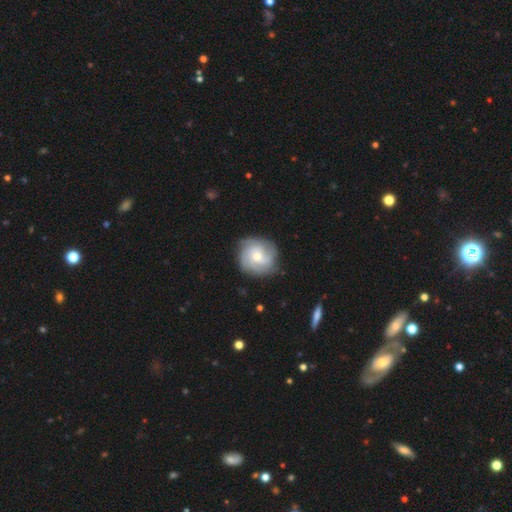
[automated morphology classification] featured or disk 79%, smooth 16%, star or artifact 6%. Down the decision tree: edge-on disk — no (98%); bar — no (70%); spiral arms — yes (96%); spiral arm count — 3 (37%); spiral winding — tight (61%); bulge size — moderate (58%); merging — none (80%).